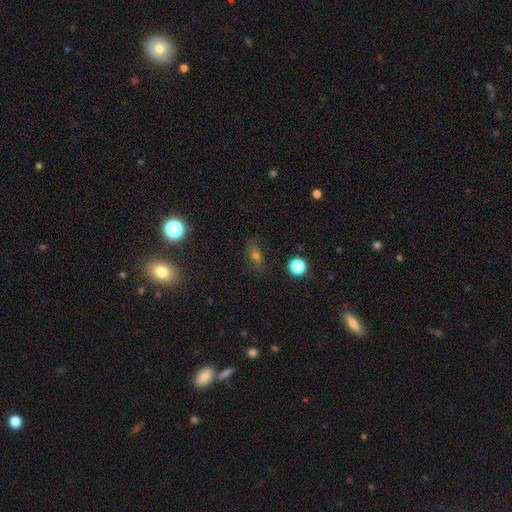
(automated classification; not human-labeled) A smooth galaxy with no disk features (55%) that is in between round and cigar-shaped (66%).

Vote fractions:
- Smooth or featured? smooth: 55% / star or artifact: 26% / featured or disk: 19%
- How rounded? in between: 66% / round: 24% / cigar-shaped: 9%
- Merging? none: 80% / minor disturbance: 14% / major disturbance: 4% / merger: 2%